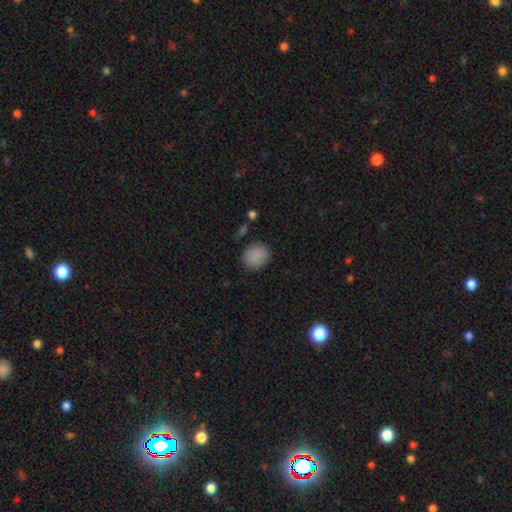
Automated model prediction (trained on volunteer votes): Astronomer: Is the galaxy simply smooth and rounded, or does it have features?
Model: smooth — 88%.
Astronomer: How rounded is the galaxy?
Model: round — 72%.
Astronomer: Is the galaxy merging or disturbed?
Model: none — 83%.